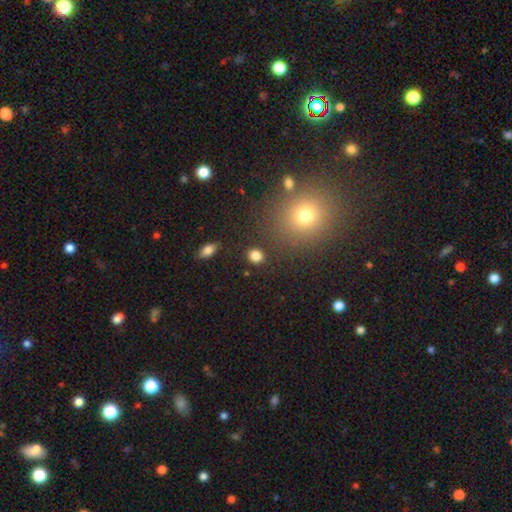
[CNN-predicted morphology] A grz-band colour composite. It shows a smooth galaxy with no disk features (83%) that is round (70%). Merging: none (87%).